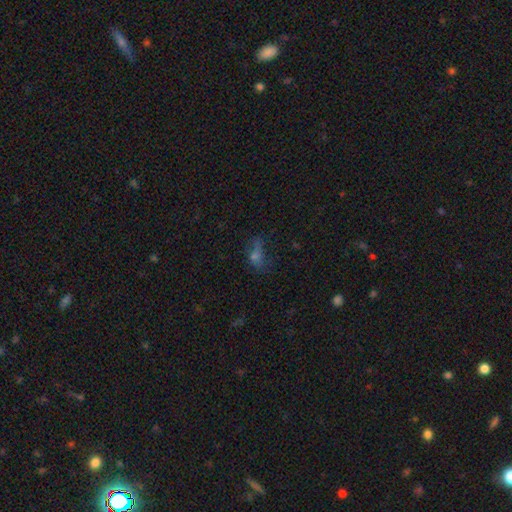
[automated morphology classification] smooth_or_featured: smooth (p=0.46) [alt: featured or disk p=0.27]
merging: none (p=0.42) [alt: major disturbance p=0.29]